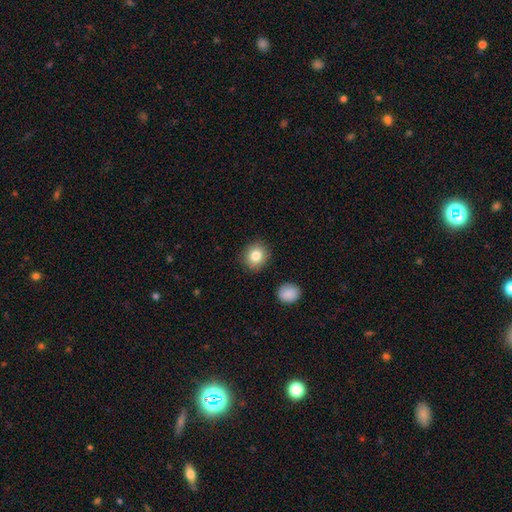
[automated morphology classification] smooth 83%, star or artifact 9%, featured or disk 8%. Down the decision tree: how rounded — round (83%); merging — none (88%).